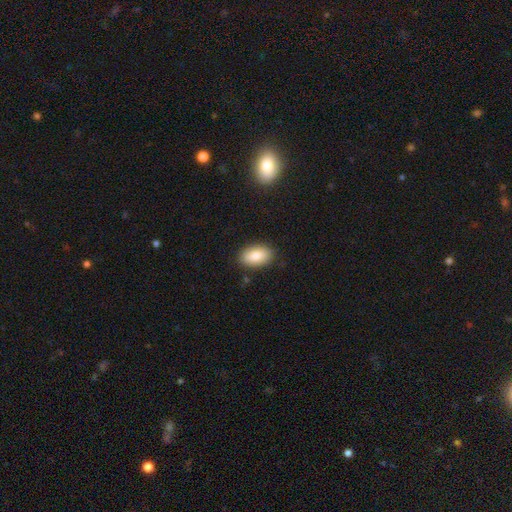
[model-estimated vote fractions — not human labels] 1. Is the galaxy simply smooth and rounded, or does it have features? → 83% smooth, 10% featured or disk, 7% star or artifact.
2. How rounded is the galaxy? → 91% in between, 7% round, 2% cigar-shaped.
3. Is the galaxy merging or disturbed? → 86% none, 10% minor disturbance, 2% major disturbance, 1% merger.